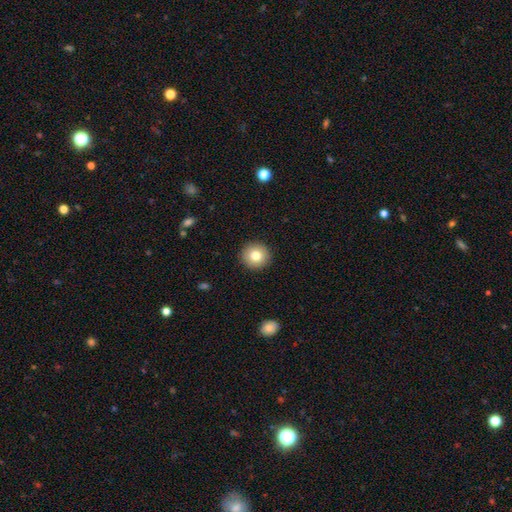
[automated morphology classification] Smooth or featured? Predicted: smooth (p=0.80). How rounded? Predicted: round (p=0.94). Merging? Predicted: none (p=0.92).